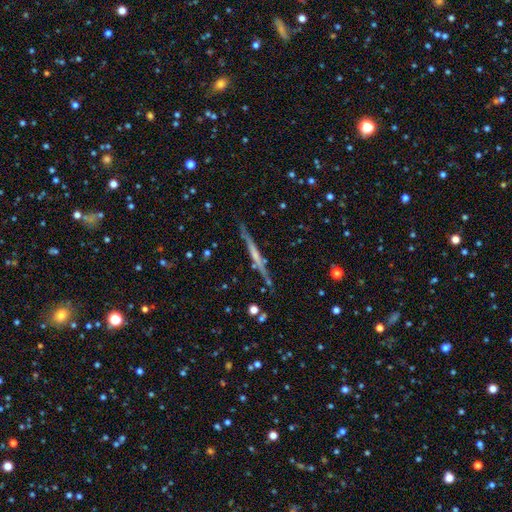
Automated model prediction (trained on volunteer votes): A featured or disk galaxy (65%) viewed edge-on (97%) with no central bulge (67%). Merging: none (85%).